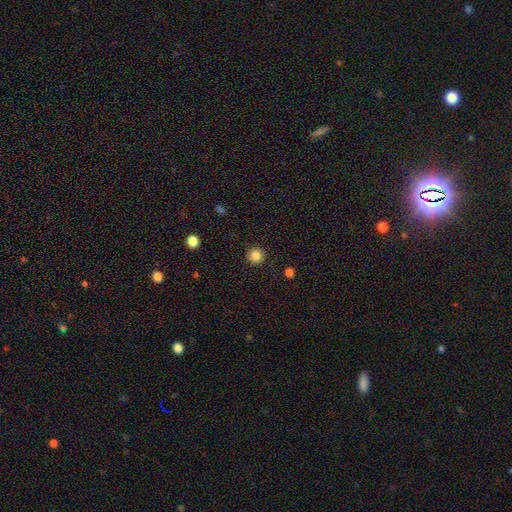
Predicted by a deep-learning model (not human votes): Smooth or featured? smooth (85%)
How rounded? round (95%)
Merging? none (92%)